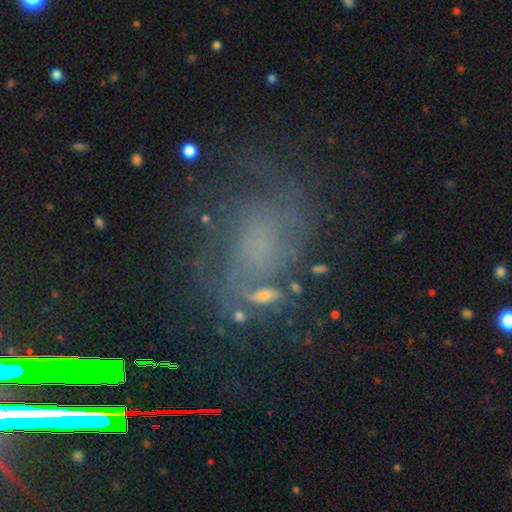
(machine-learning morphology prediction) A featured or disk galaxy (50%). Merging: none (59%).